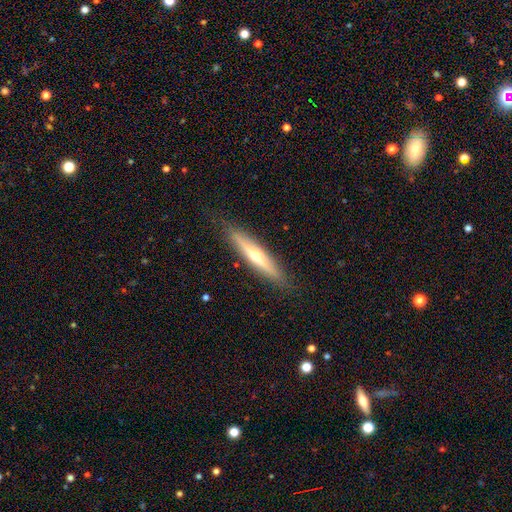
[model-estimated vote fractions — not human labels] Overall: featured or disk (62%; smooth 32%). Edge-on disk: yes (92%). Edge-on bulge: rounded (85%). Merging: none (87%).